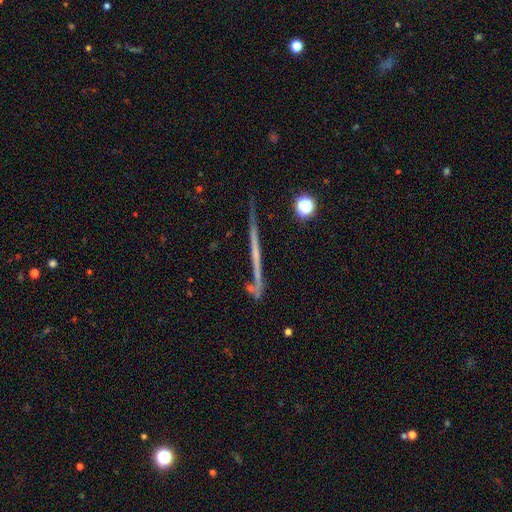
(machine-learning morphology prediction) This is likely a featured or disk galaxy (64%). It is clearly viewed edge-on (95%). Edge-on bulge: clearly none (82%). Merging: likely none (76%).